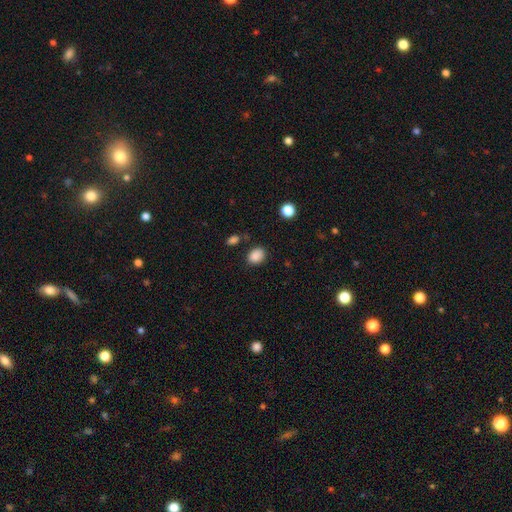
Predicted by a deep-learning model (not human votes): A smooth galaxy with no disk features (87%) that is in between round and cigar-shaped (62%).

Vote fractions:
- Smooth or featured? smooth: 87% / star or artifact: 9% / featured or disk: 4%
- How rounded? in between: 62% / round: 37% / cigar-shaped: 1%
- Merging? none: 81% / minor disturbance: 12% / merger: 4% / major disturbance: 3%